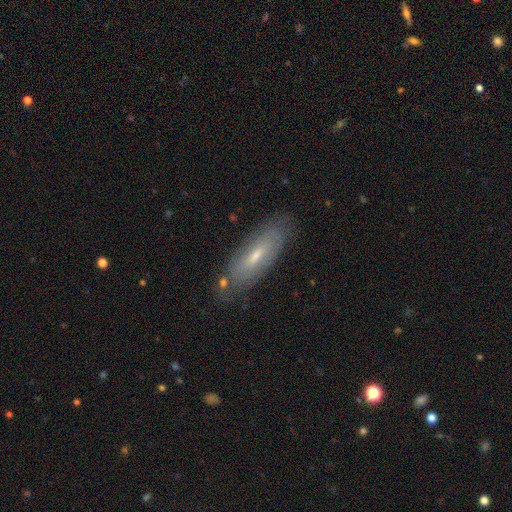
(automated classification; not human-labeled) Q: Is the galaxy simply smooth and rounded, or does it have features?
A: smooth — 48%.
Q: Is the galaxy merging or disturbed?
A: none — 79%.